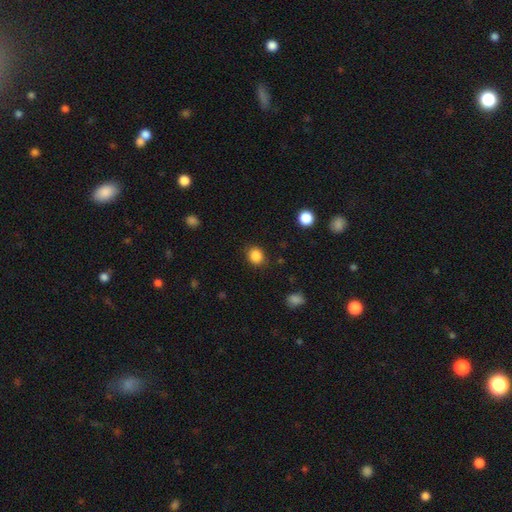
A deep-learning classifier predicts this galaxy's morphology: Smooth or featured? Predicted: smooth (p=0.86). How rounded? Predicted: round (p=0.72). Merging? Predicted: none (p=0.85).